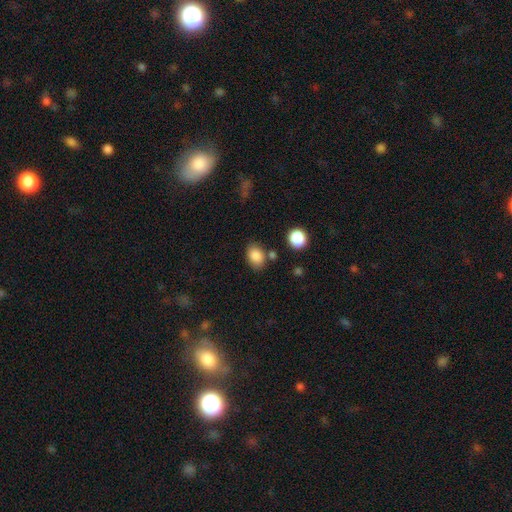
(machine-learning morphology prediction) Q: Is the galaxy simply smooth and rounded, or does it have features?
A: smooth — 86%.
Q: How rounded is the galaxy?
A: in between — 77%.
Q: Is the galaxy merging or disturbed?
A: none — 74%.